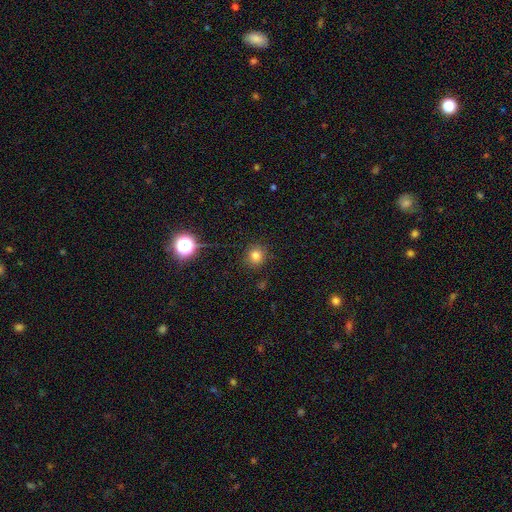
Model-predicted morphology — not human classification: Smooth or featured? smooth (76%)
How rounded? round (90%)
Merging? none (88%)